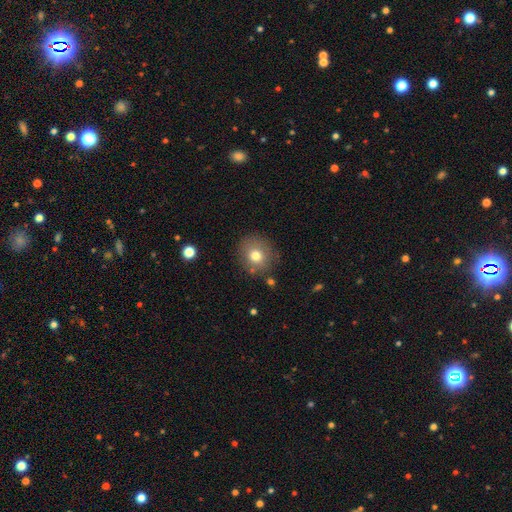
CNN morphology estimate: Q: Smooth or featured?
A: smooth (75%); runner-up: featured or disk (14%)
Q: How rounded?
A: round (83%); runner-up: in between (16%)
Q: Merging?
A: none (81%); runner-up: minor disturbance (11%)